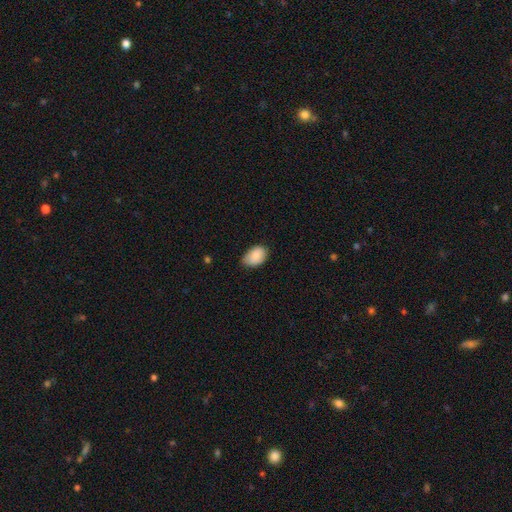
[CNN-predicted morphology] A smooth galaxy with no disk features (86%) that is in between round and cigar-shaped (89%).

Vote fractions:
- Smooth or featured? smooth: 86% / featured or disk: 7% / star or artifact: 7%
- How rounded? in between: 89% / round: 9% / cigar-shaped: 1%
- Merging? none: 72% / minor disturbance: 24% / major disturbance: 3% / merger: 1%